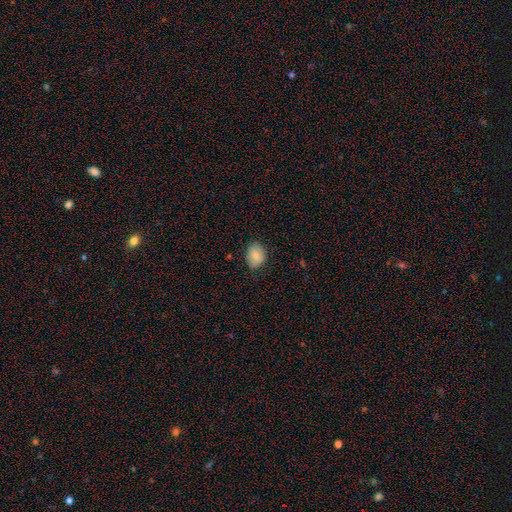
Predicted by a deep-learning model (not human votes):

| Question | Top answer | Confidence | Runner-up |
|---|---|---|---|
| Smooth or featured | smooth | 85% | featured or disk (8%) |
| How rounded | in between | 61% | round (38%) |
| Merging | none | 75% | minor disturbance (21%) |